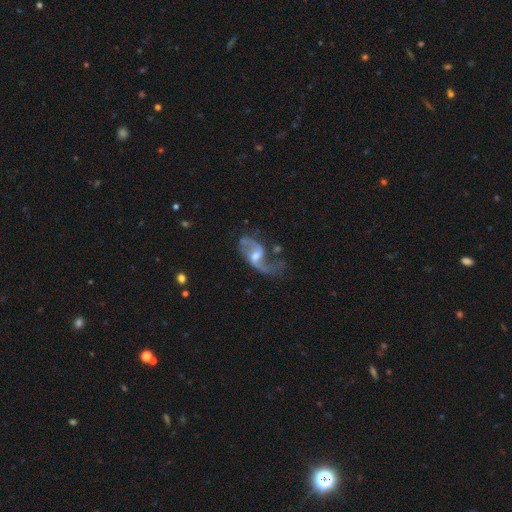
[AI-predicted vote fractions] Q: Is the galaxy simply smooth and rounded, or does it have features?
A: featured or disk — 86%.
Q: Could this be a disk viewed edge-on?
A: no — 96%.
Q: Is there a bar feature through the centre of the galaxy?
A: weak — 50%.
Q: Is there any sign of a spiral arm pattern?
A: yes — 92%.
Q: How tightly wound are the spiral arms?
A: loose — 69%.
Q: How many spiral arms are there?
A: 2 — 84%.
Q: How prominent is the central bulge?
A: moderate — 55%.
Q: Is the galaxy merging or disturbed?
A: none — 45%.